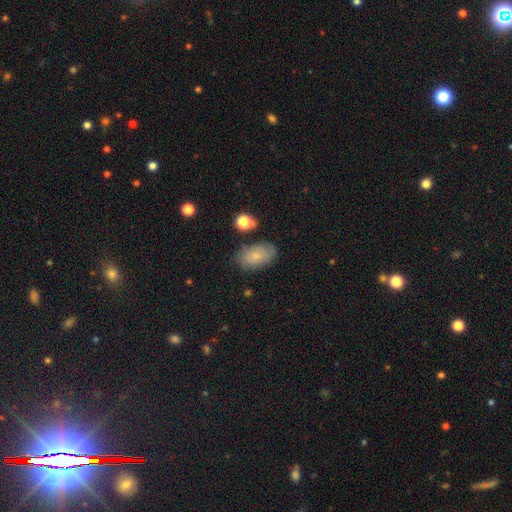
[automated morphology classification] type=smooth (78%); roundness=in between (91%); merging=none (77%).